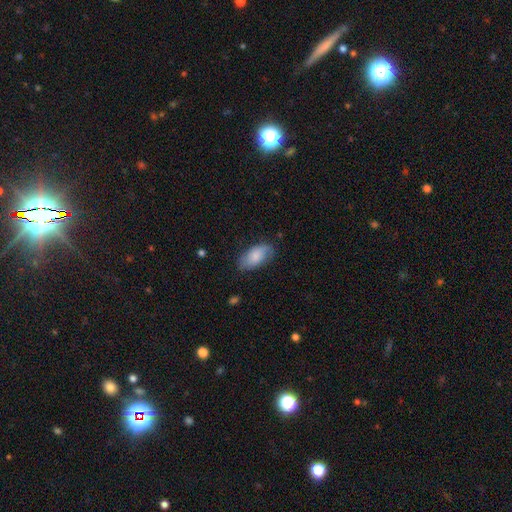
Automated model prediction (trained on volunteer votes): This appears to be a smooth galaxy with no disk features (74%) that is in between round and cigar-shaped (93%). Merging: none (74%).